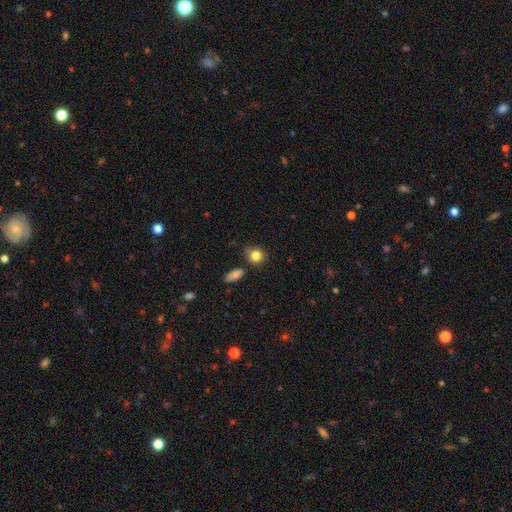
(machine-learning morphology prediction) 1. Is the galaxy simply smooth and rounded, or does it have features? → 82% smooth, 10% star or artifact, 8% featured or disk.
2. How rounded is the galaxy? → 81% round, 17% in between, 2% cigar-shaped.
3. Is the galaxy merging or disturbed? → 72% none, 15% minor disturbance, 9% merger, 4% major disturbance.